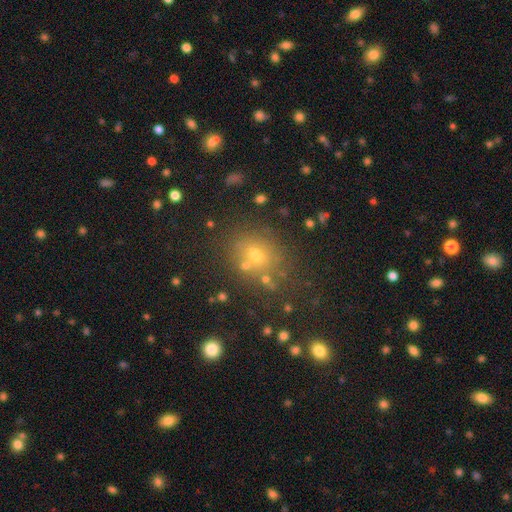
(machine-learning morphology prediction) This is likely a smooth galaxy (60%). How rounded: likely round (63%). Merging: likely none (70%).